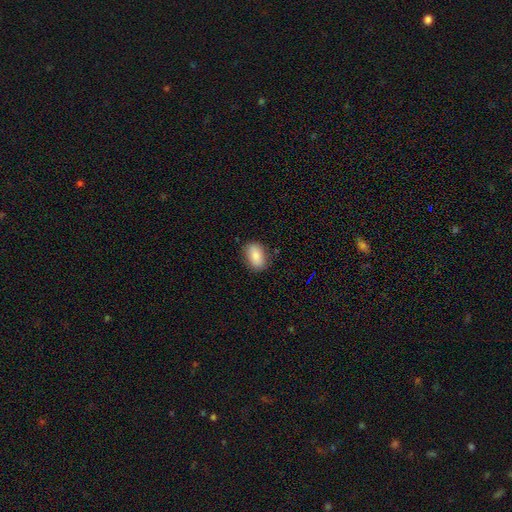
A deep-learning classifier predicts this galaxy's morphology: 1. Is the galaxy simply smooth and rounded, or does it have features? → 85% smooth, 8% featured or disk, 7% star or artifact.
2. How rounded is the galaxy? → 87% in between, 11% round, 2% cigar-shaped.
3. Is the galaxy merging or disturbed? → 83% none, 13% minor disturbance, 3% major disturbance, 1% merger.